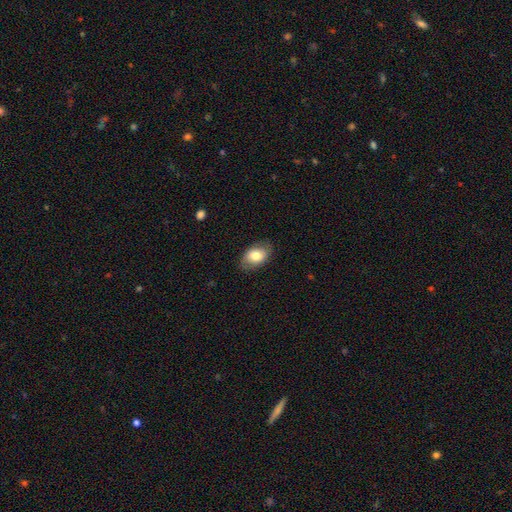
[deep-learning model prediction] The model was most divided on "smooth or featured": smooth: 75%, featured or disk: 18%, star or artifact: 7%. More confident: how rounded — in between (88%); merging — none (81%).